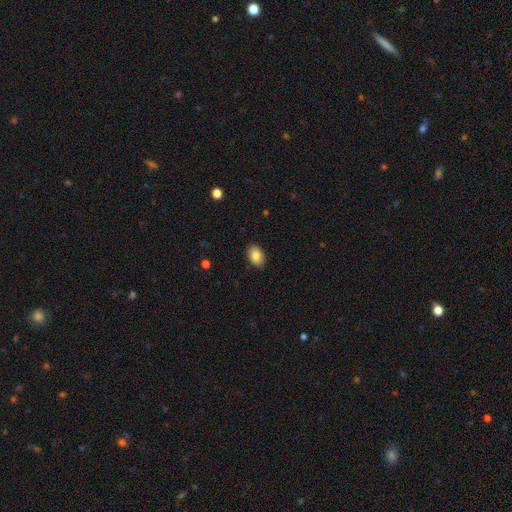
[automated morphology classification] Q: Smooth or featured?
A: smooth (85%); runner-up: featured or disk (8%)
Q: How rounded?
A: in between (87%); runner-up: round (12%)
Q: Merging?
A: none (86%); runner-up: minor disturbance (11%)